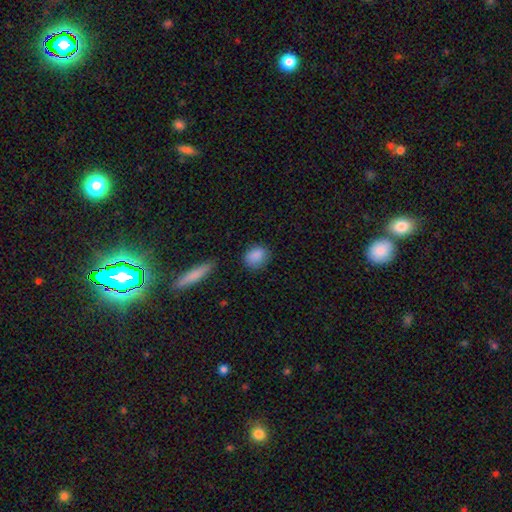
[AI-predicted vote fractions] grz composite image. It shows a smooth galaxy with no disk features (88%) that is round (58%). Merging: none (80%).